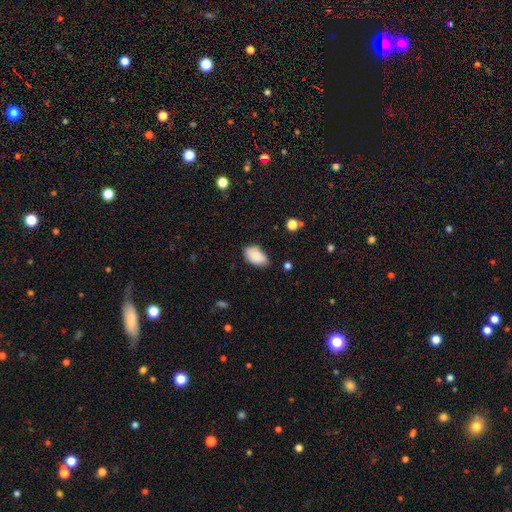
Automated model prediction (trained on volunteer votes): Q: Smooth or featured?
A: smooth (87%); runner-up: star or artifact (7%)
Q: How rounded?
A: in between (93%); runner-up: round (6%)
Q: Merging?
A: none (70%); runner-up: minor disturbance (25%)